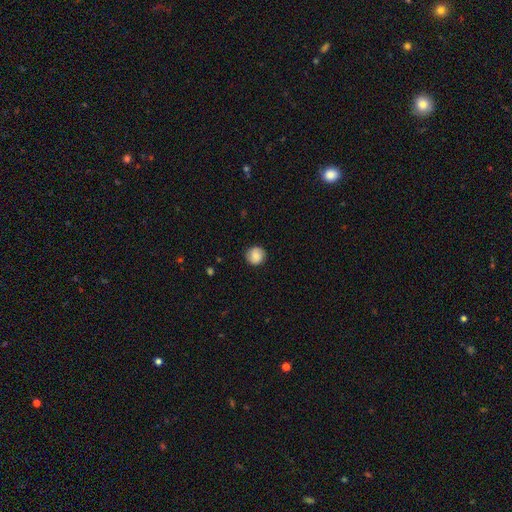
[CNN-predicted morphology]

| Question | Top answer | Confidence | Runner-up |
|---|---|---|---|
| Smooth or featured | smooth | 81% | featured or disk (11%) |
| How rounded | round | 92% | in between (7%) |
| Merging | none | 88% | minor disturbance (9%) |